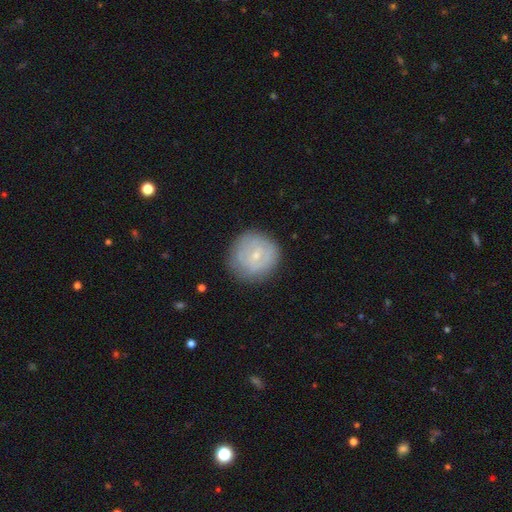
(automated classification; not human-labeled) Smooth or featured?
  - smooth: 49% *
  - featured or disk: 44%
  - star or artifact: 7%
Merging?
  - none: 79% *
  - minor disturbance: 14%
  - major disturbance: 5%
  - merger: 1%